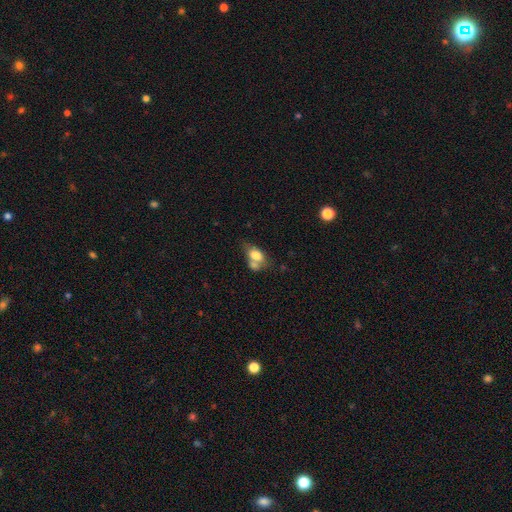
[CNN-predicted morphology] Q: Smooth or featured?
A: smooth (75%); runner-up: featured or disk (16%)
Q: How rounded?
A: in between (80%); runner-up: round (17%)
Q: Merging?
A: merger (48%); runner-up: none (28%)